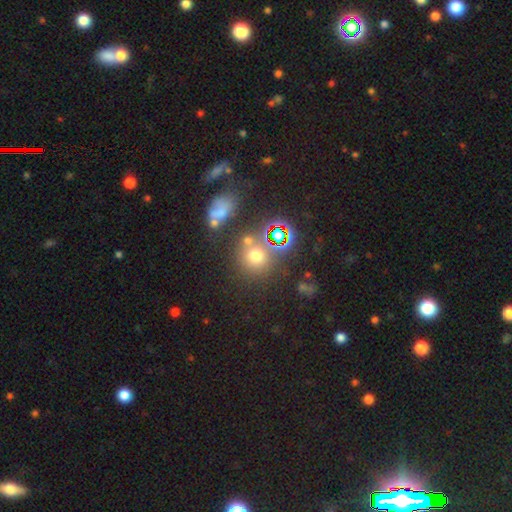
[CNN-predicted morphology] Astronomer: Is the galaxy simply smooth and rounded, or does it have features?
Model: smooth — 61%.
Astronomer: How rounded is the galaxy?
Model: round — 87%.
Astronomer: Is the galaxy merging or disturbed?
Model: none — 66%.